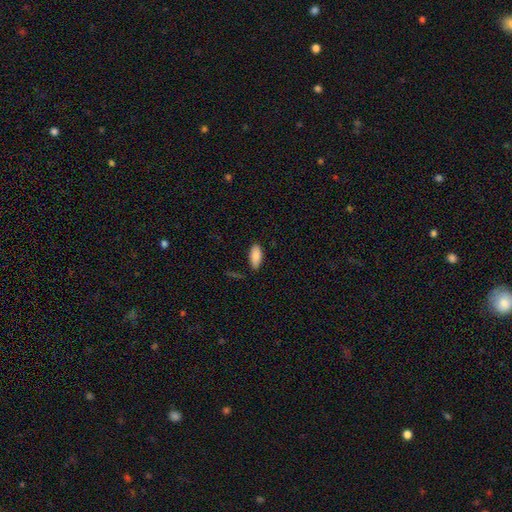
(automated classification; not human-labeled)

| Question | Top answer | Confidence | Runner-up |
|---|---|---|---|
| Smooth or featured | smooth | 88% | star or artifact (7%) |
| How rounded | in between | 88% | cigar-shaped (10%) |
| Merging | none | 80% | minor disturbance (15%) |